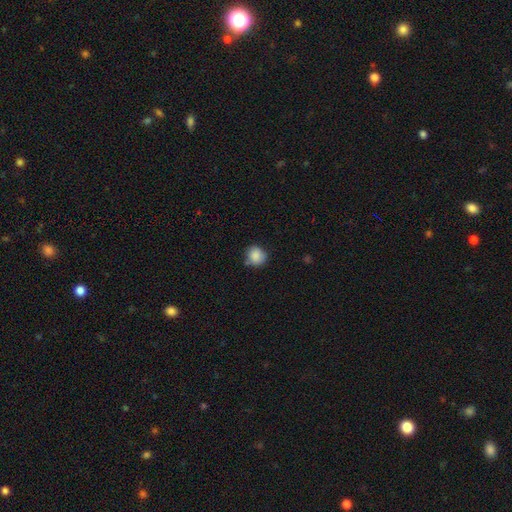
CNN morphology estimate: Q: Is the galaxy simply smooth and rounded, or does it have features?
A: smooth — 87%.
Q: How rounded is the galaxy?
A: round — 87%.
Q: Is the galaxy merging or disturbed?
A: none — 74%.